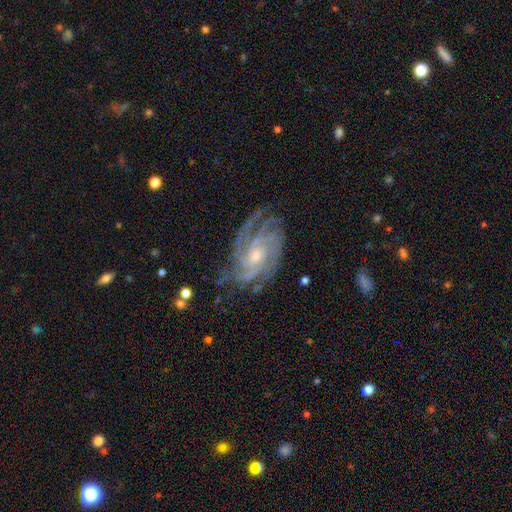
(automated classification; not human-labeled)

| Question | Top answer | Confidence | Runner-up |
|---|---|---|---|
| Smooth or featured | featured or disk | 89% | star or artifact (6%) |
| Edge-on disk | no | 97% | yes (3%) |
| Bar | no | 66% | weak (28%) |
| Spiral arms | yes | 98% | no (2%) |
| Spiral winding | tight | 63% | medium (31%) |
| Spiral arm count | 4 | 28% | 3 (24%) |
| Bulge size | moderate | 48% | small (47%) |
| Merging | none | 72% | minor disturbance (19%) |